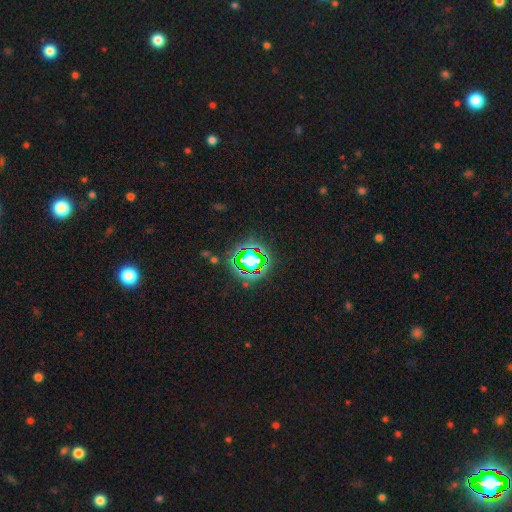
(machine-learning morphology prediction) smooth-or-featured: star or artifact: 81% | smooth: 12% | featured or disk: 7%